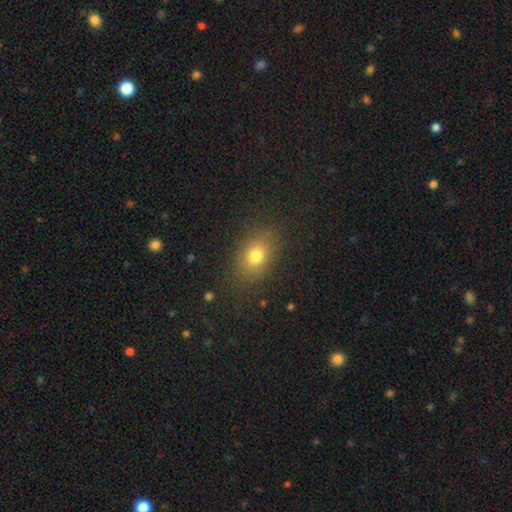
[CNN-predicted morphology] type=smooth (76%); roundness=in between (73%); merging=none (83%).